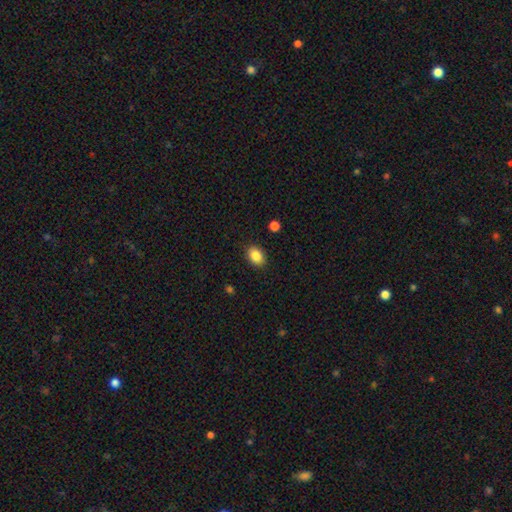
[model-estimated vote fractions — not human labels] The model was most divided on "how rounded": in between: 76%, round: 23%, cigar-shaped: 1%. More confident: merging — none (89%); smooth or featured — smooth (86%).